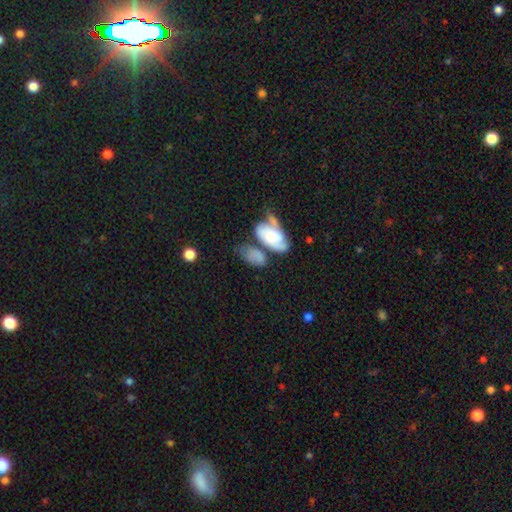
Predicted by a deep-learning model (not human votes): Smooth or featured?
  - smooth: 65% *
  - featured or disk: 27%
  - star or artifact: 8%
How rounded?
  - in between: 87% *
  - round: 9%
  - cigar-shaped: 4%
Merging?
  - merger: 33% *
  - none: 30%
  - minor disturbance: 21%
  - major disturbance: 16%